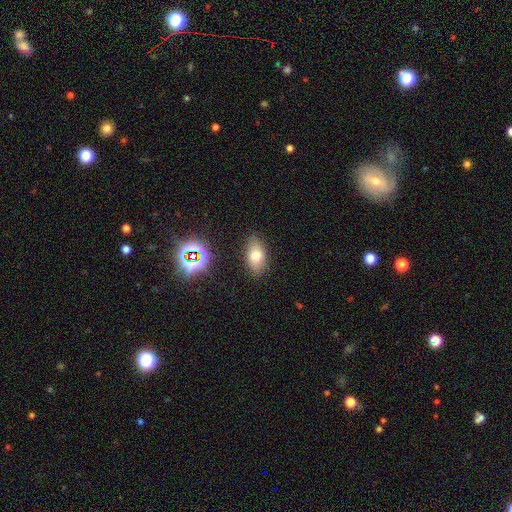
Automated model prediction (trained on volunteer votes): Smooth or featured?
  - smooth: 72% *
  - featured or disk: 15%
  - star or artifact: 13%
How rounded?
  - in between: 89% *
  - round: 8%
  - cigar-shaped: 4%
Merging?
  - none: 84% *
  - minor disturbance: 11%
  - major disturbance: 3%
  - merger: 2%